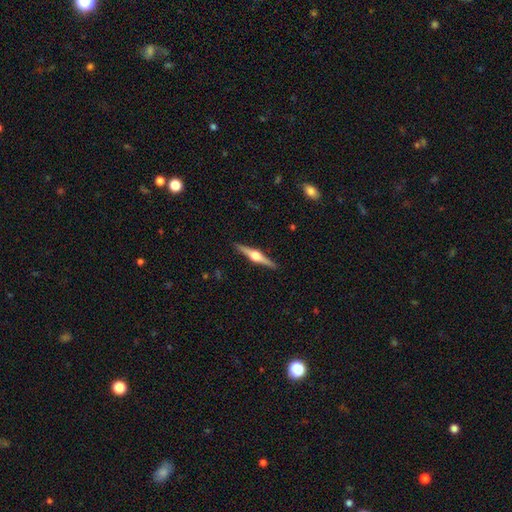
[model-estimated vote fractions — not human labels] Smooth or featured?
  - featured or disk: 84% *
  - smooth: 12%
  - star or artifact: 5%
Edge-on disk?
  - yes: 99% *
  - no: 1%
Edge-on bulge?
  - rounded: 96% *
  - boxy: 3%
  - none: 1%
Merging?
  - none: 92% *
  - minor disturbance: 6%
  - major disturbance: 1%
  - merger: 1%